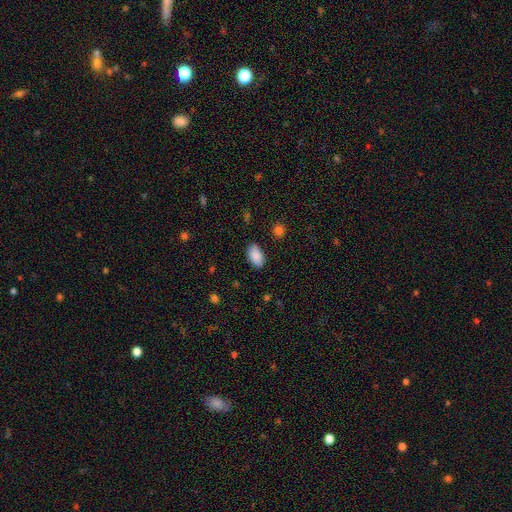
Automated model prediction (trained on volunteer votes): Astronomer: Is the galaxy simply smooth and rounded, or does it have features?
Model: smooth — 88%.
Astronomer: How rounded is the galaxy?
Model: in between — 94%.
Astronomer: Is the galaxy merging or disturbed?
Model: none — 85%.